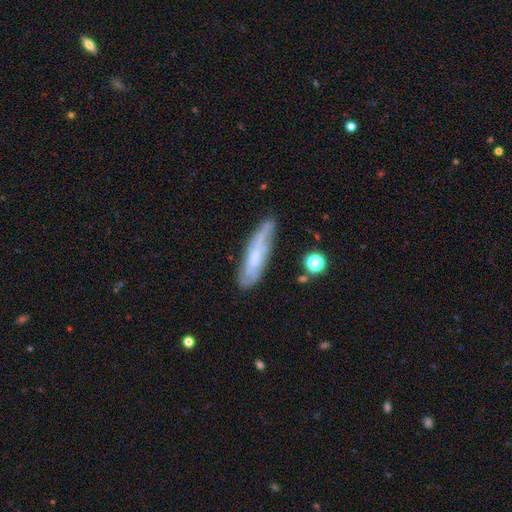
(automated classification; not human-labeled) smooth_or_featured: featured or disk (p=0.56) [alt: smooth p=0.36]
disk_edge_on: no (p=0.64) [alt: yes p=0.36]
merging: none (p=0.68) [alt: minor disturbance p=0.23]